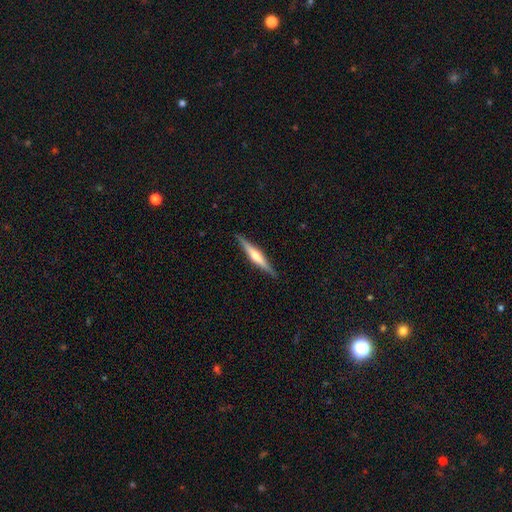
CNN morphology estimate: Smooth or featured?
  - featured or disk: 67% *
  - smooth: 28%
  - star or artifact: 5%
Edge-on disk?
  - yes: 98% *
  - no: 2%
Edge-on bulge?
  - rounded: 80% *
  - boxy: 10%
  - none: 10%
Merging?
  - none: 90% *
  - minor disturbance: 7%
  - major disturbance: 1%
  - merger: 1%